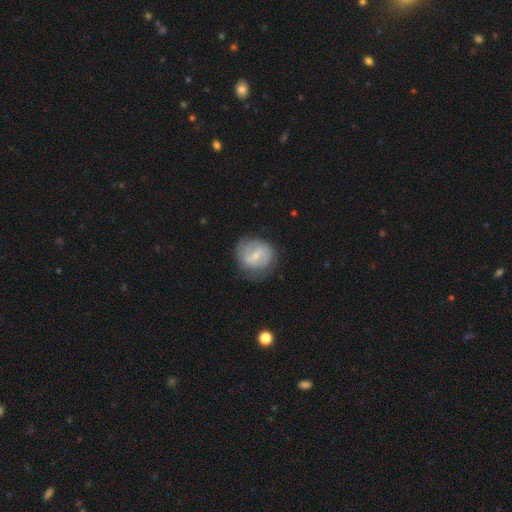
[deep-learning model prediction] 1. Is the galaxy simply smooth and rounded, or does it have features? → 57% featured or disk, 36% smooth, 7% star or artifact.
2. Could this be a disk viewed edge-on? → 97% no, 3% yes.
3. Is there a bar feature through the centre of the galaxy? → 55% weak, 25% no, 19% strong.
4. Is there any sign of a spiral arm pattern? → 73% yes, 27% no.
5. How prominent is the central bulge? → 66% small, 25% moderate, 6% none, 2% large, 1% dominant.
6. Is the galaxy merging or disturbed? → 67% none, 22% minor disturbance, 10% major disturbance, 2% merger.